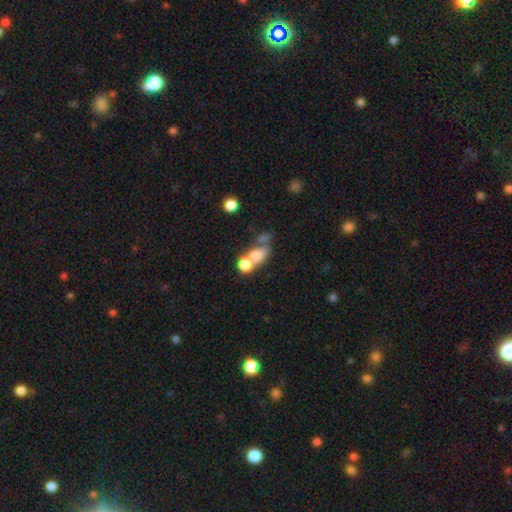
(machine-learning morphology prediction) smooth-or-featured: smooth: 70% | featured or disk: 19% | star or artifact: 12%
  how-rounded: in between: 56% | round: 40% | cigar-shaped: 5%
  merging: merger: 58% | none: 24% | major disturbance: 9% | minor disturbance: 9%